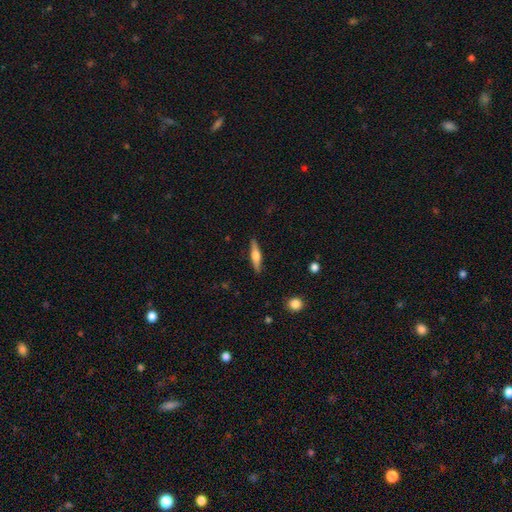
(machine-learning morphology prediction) Overall: featured or disk (56%; smooth 38%). Edge-on disk: yes (96%). Edge-on bulge: rounded (84%). Merging: none (89%).